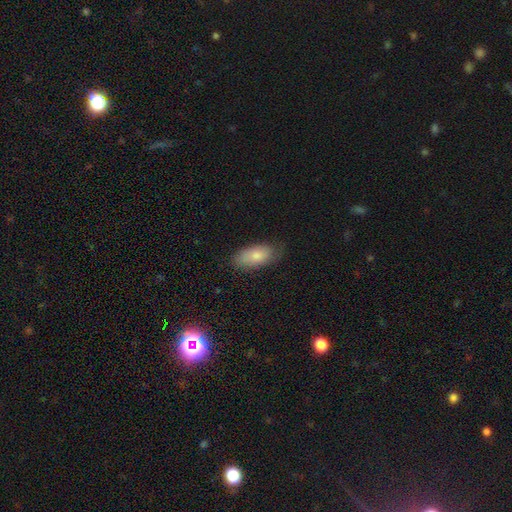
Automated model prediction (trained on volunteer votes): The model was most divided on "merging": none: 74%, minor disturbance: 21%, major disturbance: 4%, merger: 1%. More confident: how rounded — in between (89%); smooth or featured — smooth (80%).